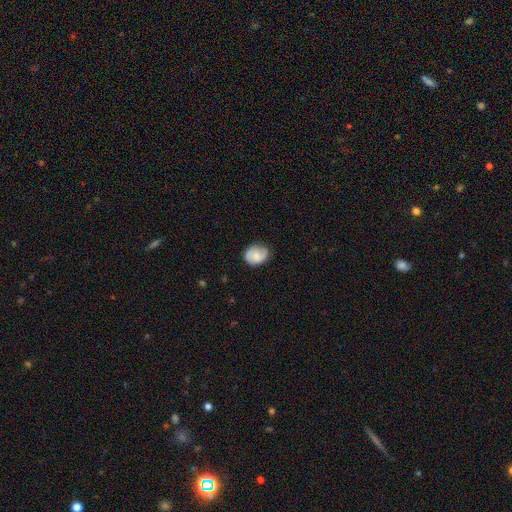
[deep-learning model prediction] smooth_or_featured: smooth (p=0.51) [alt: featured or disk p=0.42]
how_rounded: round (p=0.51) [alt: in between p=0.48]
merging: none (p=0.75) [alt: minor disturbance p=0.19]